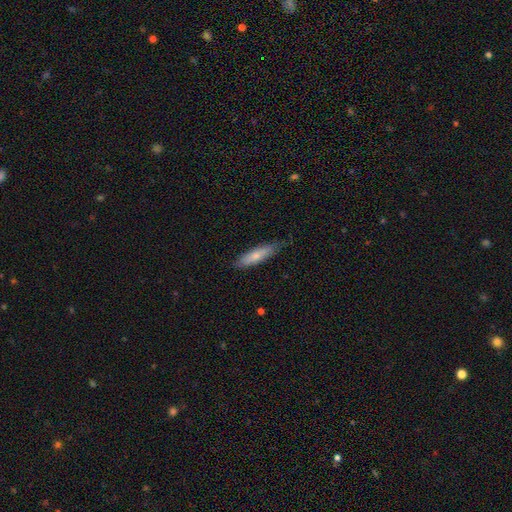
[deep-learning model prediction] This appears to be a smooth galaxy with no disk features (70%) that is cigar-shaped (69%). Merging: none (78%).